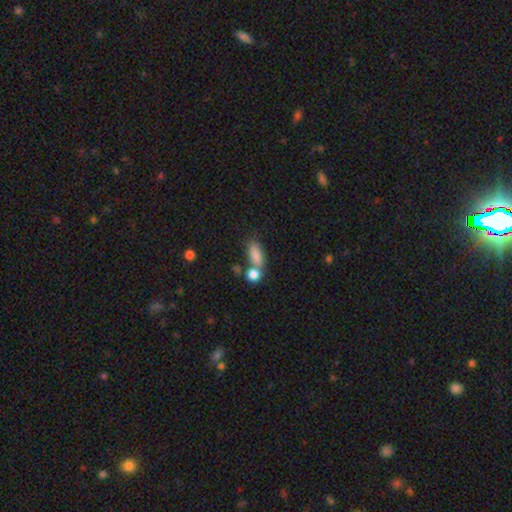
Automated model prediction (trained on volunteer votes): Morphology: type=smooth (82%); roundness=in between (78%); merging=none (45%).